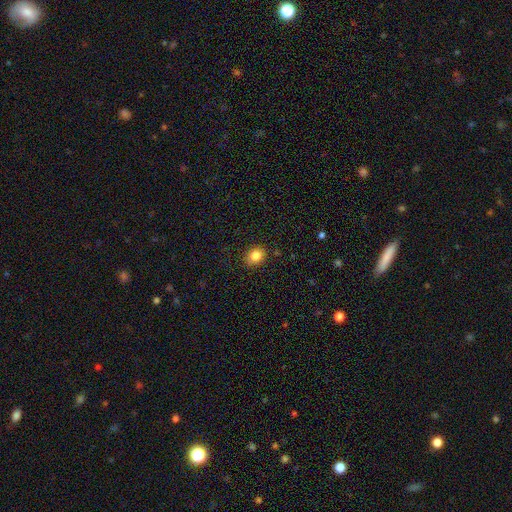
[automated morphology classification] Smooth or featured: smooth — 84% (star or artifact — 10%)
How rounded: round — 51% (in between — 48%)
Merging: none — 87% (minor disturbance — 10%)